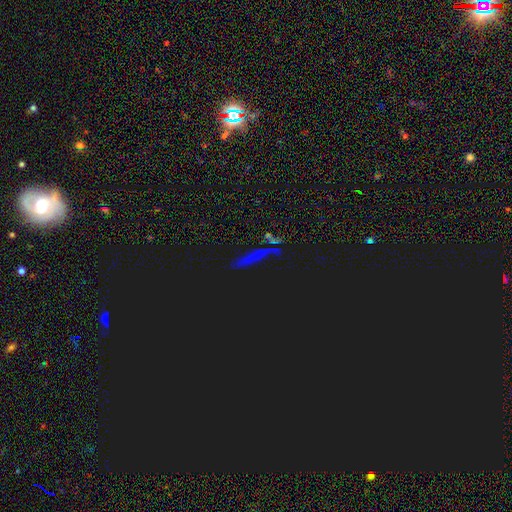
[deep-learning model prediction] Smooth or featured? Predicted: star or artifact (p=0.63).